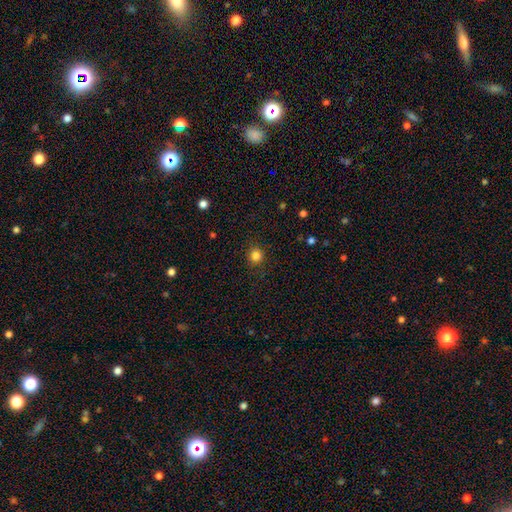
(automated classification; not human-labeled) Q: Smooth or featured?
A: smooth (83%); runner-up: star or artifact (12%)
Q: How rounded?
A: round (91%); runner-up: in between (8%)
Q: Merging?
A: none (89%); runner-up: minor disturbance (7%)